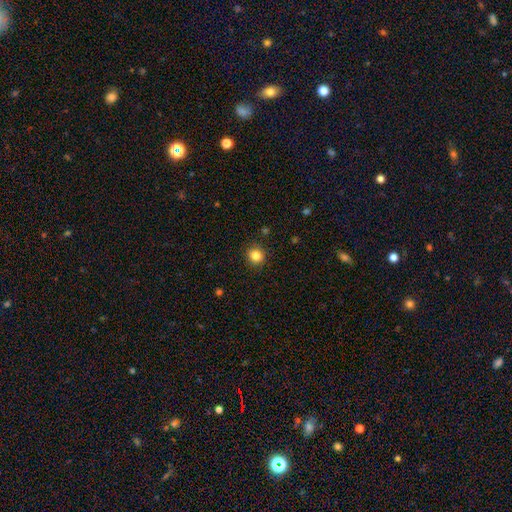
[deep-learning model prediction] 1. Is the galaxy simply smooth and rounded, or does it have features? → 85% smooth, 11% star or artifact, 4% featured or disk.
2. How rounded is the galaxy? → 85% round, 14% in between, 1% cigar-shaped.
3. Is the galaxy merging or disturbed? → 90% none, 7% minor disturbance, 2% major disturbance, 1% merger.